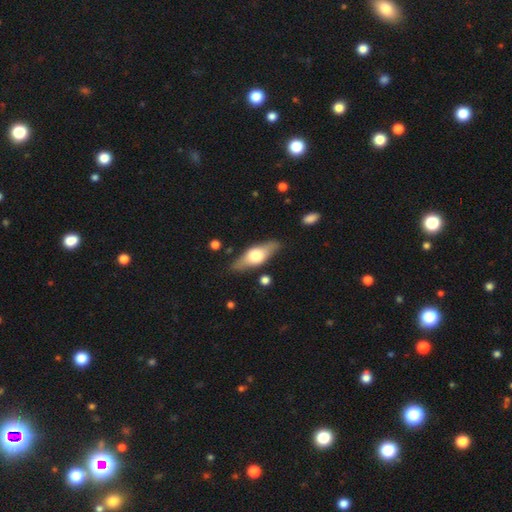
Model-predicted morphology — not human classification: A smooth galaxy with no disk features (47%, tied with featured or disk).

Vote fractions:
- Smooth or featured? smooth: 47% (tied) / featured or disk: 47% (tied) / star or artifact: 6%
- Merging? none: 82% / minor disturbance: 13% / major disturbance: 3% / merger: 2%